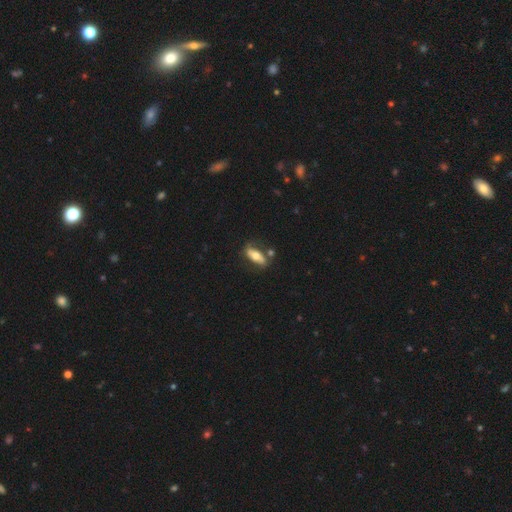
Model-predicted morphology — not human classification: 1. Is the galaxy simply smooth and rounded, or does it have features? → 52% smooth, 42% featured or disk, 6% star or artifact.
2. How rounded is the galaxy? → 74% in between, 23% cigar-shaped, 3% round.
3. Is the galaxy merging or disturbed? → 65% none, 18% minor disturbance, 10% merger, 7% major disturbance.